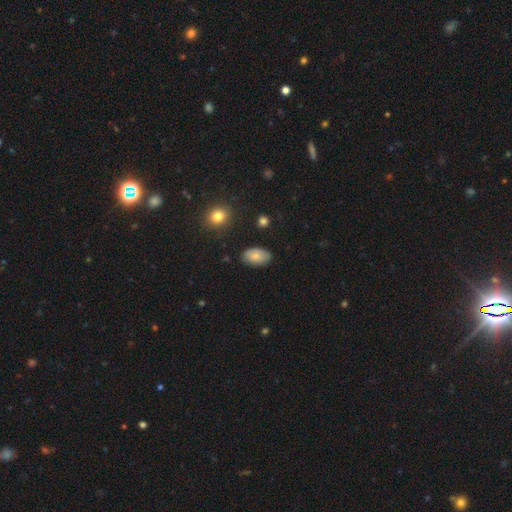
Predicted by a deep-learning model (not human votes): The model was most divided on "merging": none: 81%, minor disturbance: 15%, major disturbance: 3%, merger: 2%. More confident: how rounded — in between (93%); smooth or featured — smooth (80%).